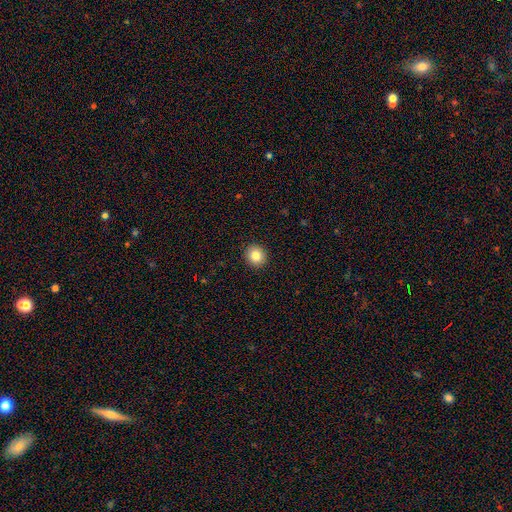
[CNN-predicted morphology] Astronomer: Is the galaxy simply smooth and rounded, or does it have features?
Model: smooth — 83%.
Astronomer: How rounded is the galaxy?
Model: round — 88%.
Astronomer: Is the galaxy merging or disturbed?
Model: none — 93%.